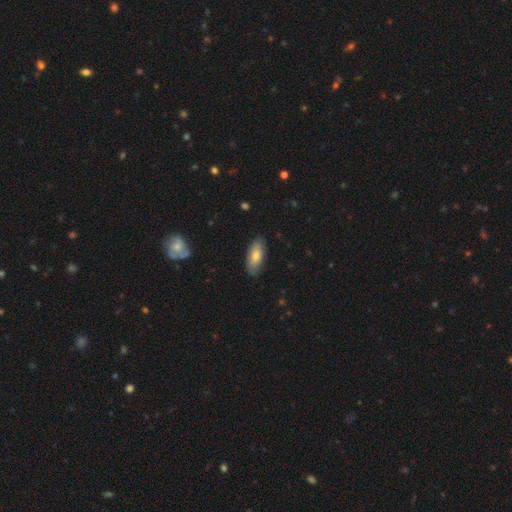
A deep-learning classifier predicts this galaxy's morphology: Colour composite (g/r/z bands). It shows a smooth galaxy with no disk features (74%) that is in between round and cigar-shaped (85%). Merging: none (83%).